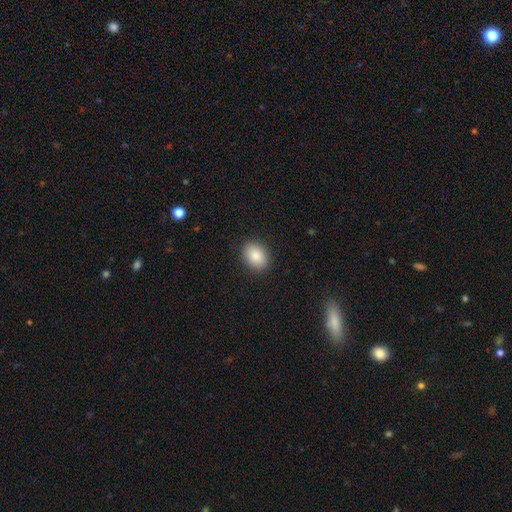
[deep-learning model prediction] Overall: smooth (87%). How rounded: in between (65%; round 34%). Merging: none (90%).